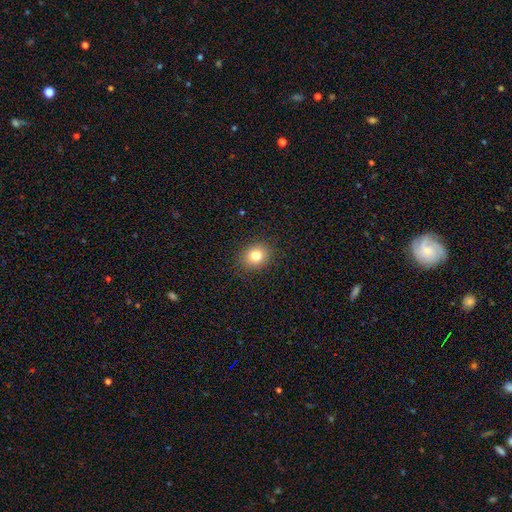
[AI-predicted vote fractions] The model was most divided on "how rounded": round: 66%, in between: 33%, cigar-shaped: 1%. More confident: merging — none (89%); smooth or featured — smooth (81%).